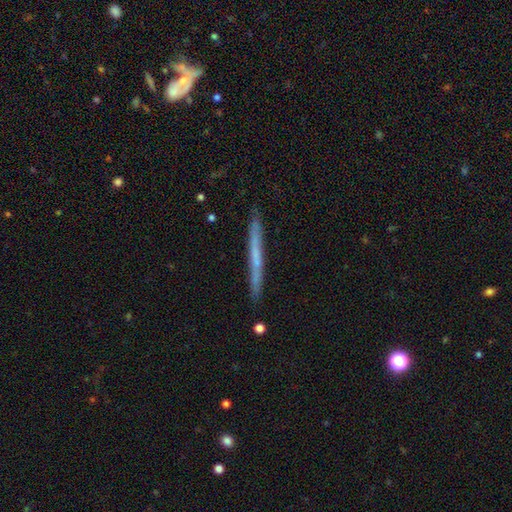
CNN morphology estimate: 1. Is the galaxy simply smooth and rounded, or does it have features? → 49% featured or disk, 45% smooth, 6% star or artifact.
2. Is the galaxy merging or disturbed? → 89% none, 8% minor disturbance, 1% major disturbance, 1% merger.